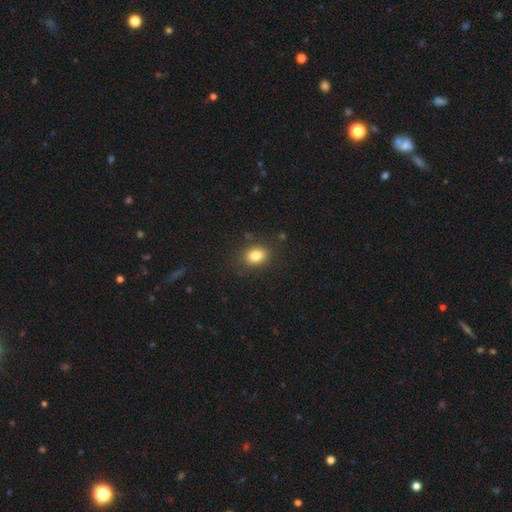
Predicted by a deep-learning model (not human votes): Morphology: type=smooth (83%); roundness=in between (60%); merging=none (85%).